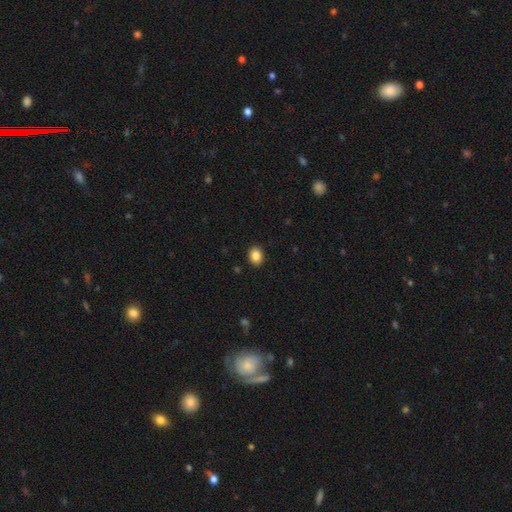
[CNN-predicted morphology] Smooth or featured? smooth (87%)
How rounded? in between (58%)
Merging? none (90%)